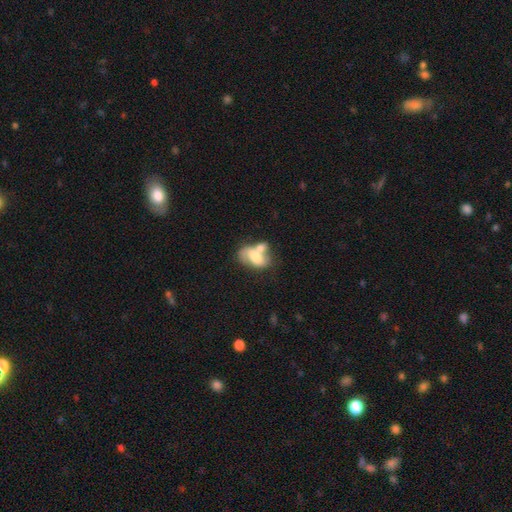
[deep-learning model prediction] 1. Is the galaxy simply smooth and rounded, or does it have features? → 54% smooth, 38% featured or disk, 8% star or artifact.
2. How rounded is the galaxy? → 85% in between, 13% round, 2% cigar-shaped.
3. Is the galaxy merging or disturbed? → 52% merger, 25% none, 14% minor disturbance, 9% major disturbance.